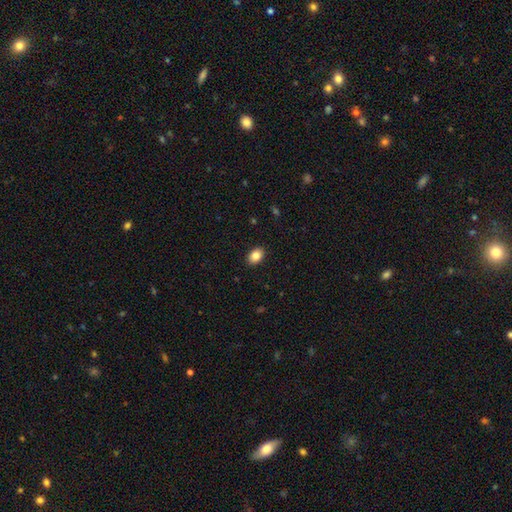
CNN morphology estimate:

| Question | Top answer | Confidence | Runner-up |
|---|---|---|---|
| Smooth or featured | smooth | 85% | star or artifact (8%) |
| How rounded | in between | 81% | round (18%) |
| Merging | none | 90% | minor disturbance (7%) |